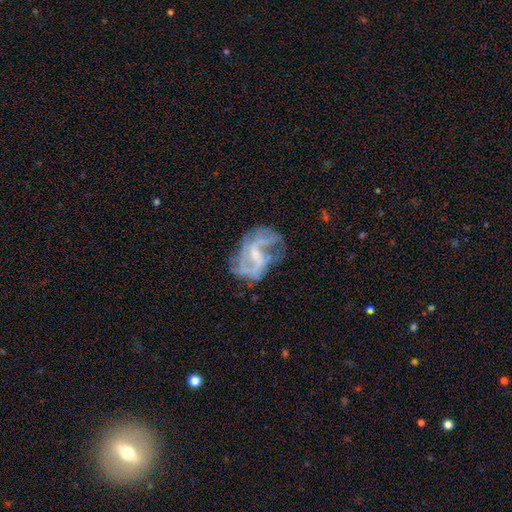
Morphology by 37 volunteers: smooth_or_featured: featured or disk (p=0.81) [alt: smooth p=0.16]
disk_edge_on: no (p=1.00)
bar: weak (p=0.60) [alt: strong p=0.33]
has_spiral_arms: yes (p=0.80) [alt: no p=0.20]
spiral_winding: loose (p=0.62) [alt: medium p=0.29]
spiral_arm_count: 2 (p=0.96) [alt: can't tell p=0.04]
bulge_size: small (p=0.60) [alt: moderate p=0.27]
merging: none (p=0.33) [tied with: minor disturbance p=0.33]